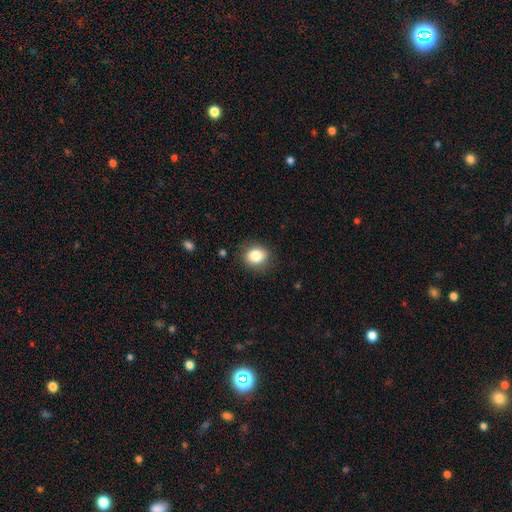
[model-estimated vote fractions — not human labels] smooth-or-featured: smooth: 83% | star or artifact: 9% | featured or disk: 8%
  how-rounded: round: 66% | in between: 33% | cigar-shaped: 1%
  merging: none: 84% | minor disturbance: 12% | major disturbance: 3% | merger: 1%